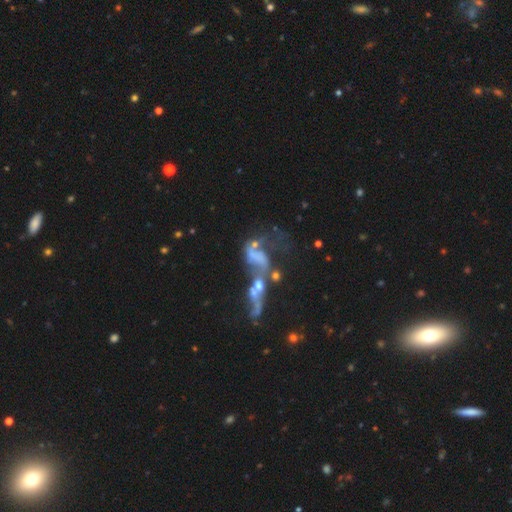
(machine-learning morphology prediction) featured or disk 63%, smooth 22%, star or artifact 15%. Down the decision tree: edge-on disk — no (94%); bar — no (70%); spiral arms — no (55%); bulge size — none (62%); merging — merger (53%).